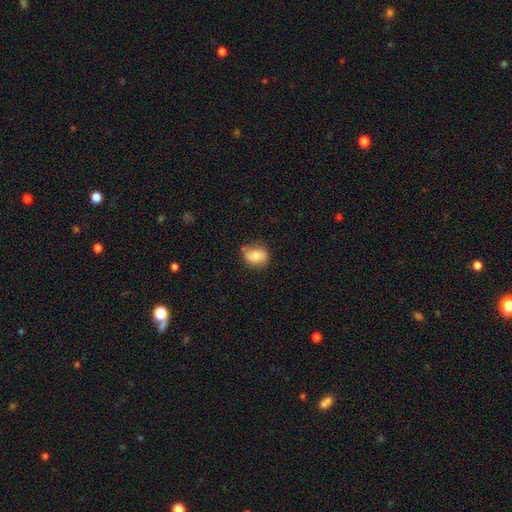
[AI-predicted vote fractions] Morphology: type=smooth (72%); roundness=in between (54%); merging=none (64%).